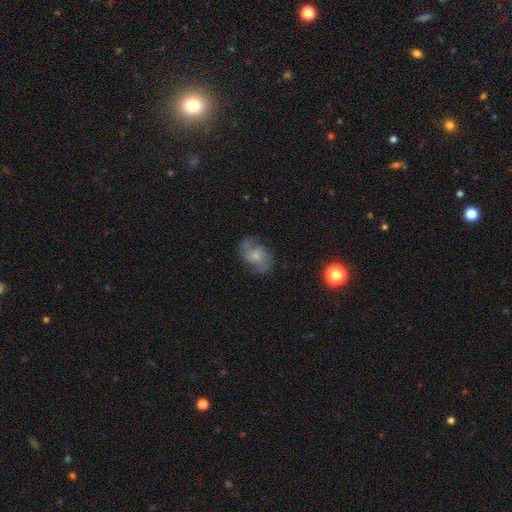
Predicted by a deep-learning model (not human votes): Smooth or featured: featured or disk — 62% (smooth — 28%)
Edge-on disk: no — 97% (yes — 3%)
Bar: no — 71% (weak — 25%)
Spiral arms: yes — 88% (no — 12%)
Spiral winding: medium — 44% (loose — 38%)
Spiral arm count: 2 — 68% (can't tell — 15%)
Bulge size: small — 59% (moderate — 29%)
Merging: none — 64% (minor disturbance — 21%)